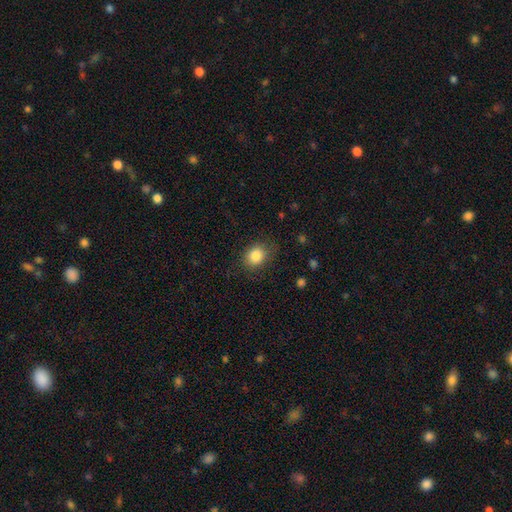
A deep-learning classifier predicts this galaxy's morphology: A smooth galaxy with no disk features (85%) that is round (53%).

Vote fractions:
- Smooth or featured? smooth: 85% / star or artifact: 9% / featured or disk: 6%
- How rounded? round: 53% / in between: 46% / cigar-shaped: 1%
- Merging? none: 79% / minor disturbance: 15% / major disturbance: 5% / merger: 1%